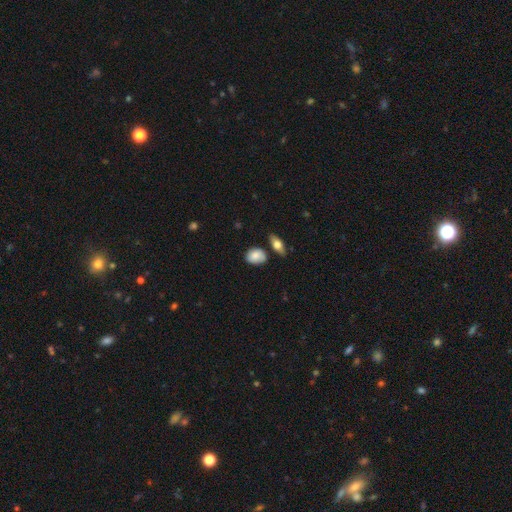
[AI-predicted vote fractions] Smooth or featured? smooth (81%)
How rounded? in between (62%)
Merging? none (64%)